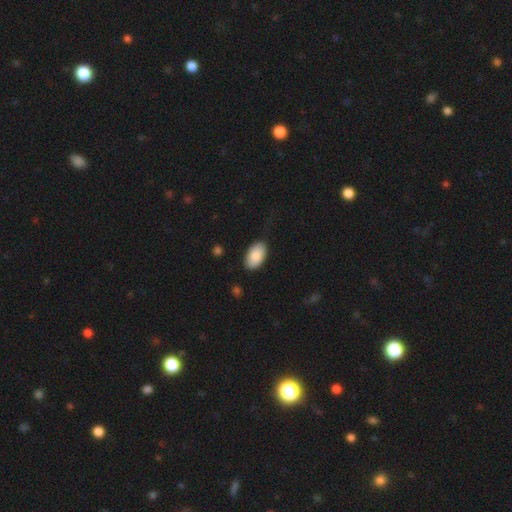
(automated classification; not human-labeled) Smooth or featured? Predicted: smooth (p=0.88). How rounded? Predicted: in between (p=0.94). Merging? Predicted: none (p=0.84).